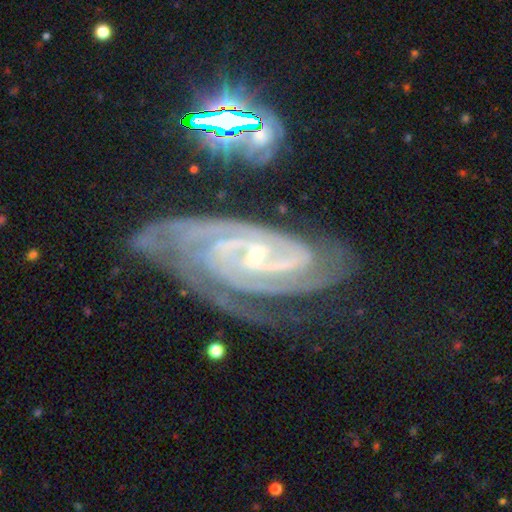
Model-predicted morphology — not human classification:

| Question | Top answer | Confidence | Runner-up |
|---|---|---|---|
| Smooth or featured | featured or disk | 90% | star or artifact (7%) |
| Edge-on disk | no | 96% | yes (4%) |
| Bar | weak | 40% | no (34%) |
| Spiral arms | yes | 99% | no (1%) |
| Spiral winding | tight | 74% | medium (23%) |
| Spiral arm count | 2 | 36% | 3 (27%) |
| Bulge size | small | 74% | moderate (22%) |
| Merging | none | 61% | minor disturbance (23%) |